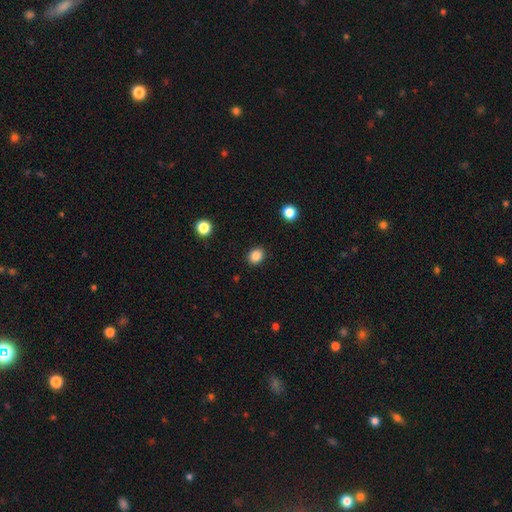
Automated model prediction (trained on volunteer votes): The model was most divided on "how rounded": round: 57%, in between: 42%, cigar-shaped: 1%. More confident: merging — none (90%); smooth or featured — smooth (85%).